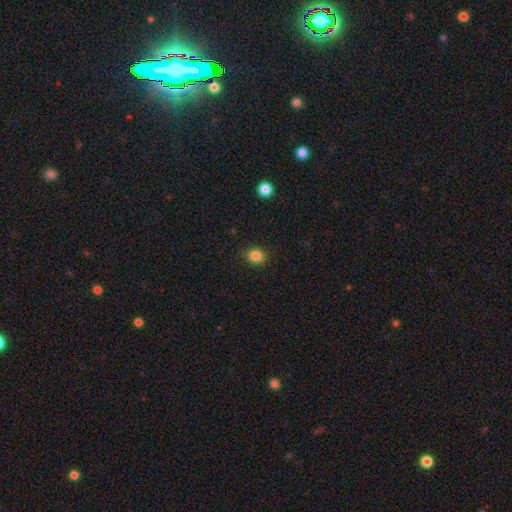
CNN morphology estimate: smooth_or_featured: smooth (p=0.85) [alt: star or artifact p=0.11]
how_rounded: round (p=0.69) [alt: in between p=0.30]
merging: none (p=0.87) [alt: minor disturbance p=0.09]